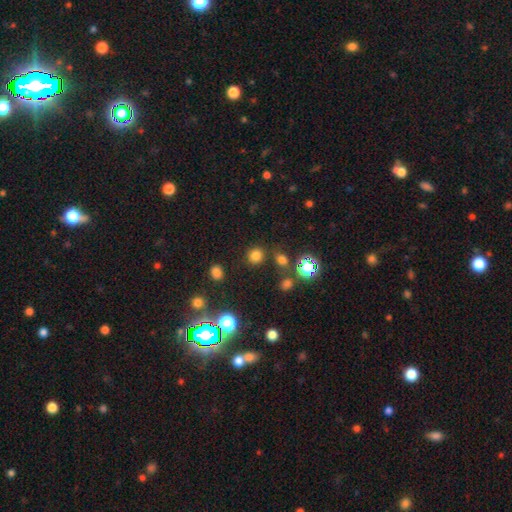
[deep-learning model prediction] Smooth or featured? smooth (75%)
How rounded? round (90%)
Merging? none (83%)